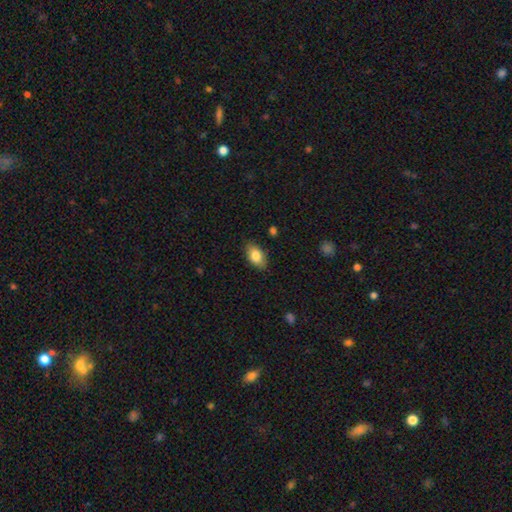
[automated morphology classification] type=smooth (84%); roundness=in between (91%); merging=none (85%).